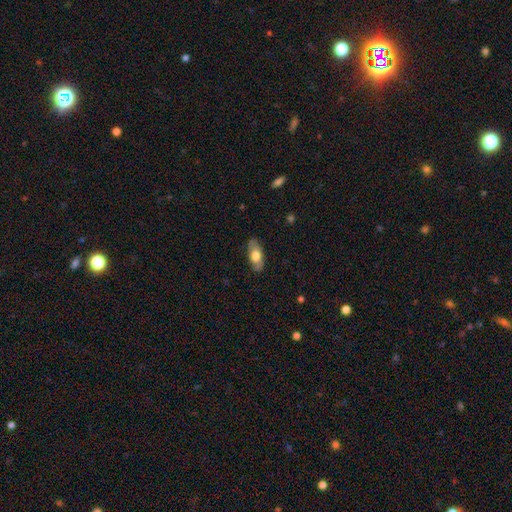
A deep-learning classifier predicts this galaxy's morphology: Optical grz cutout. It shows a smooth galaxy with no disk features (66%) that is in between round and cigar-shaped (84%). Merging: none (85%).